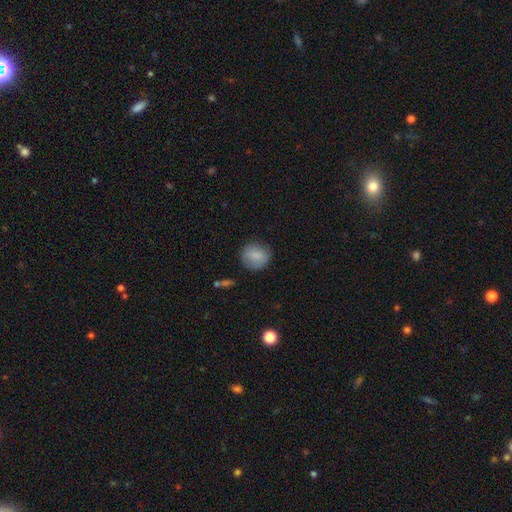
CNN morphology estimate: This is clearly a smooth galaxy (83%). How rounded: likely round (77%). Merging: likely none (78%).